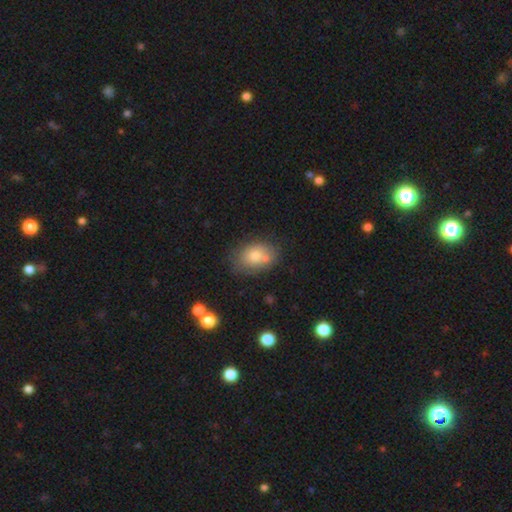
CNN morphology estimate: Smooth or featured? Predicted: smooth (p=0.74). How rounded? Predicted: in between (p=0.75). Merging? Predicted: none (p=0.59).